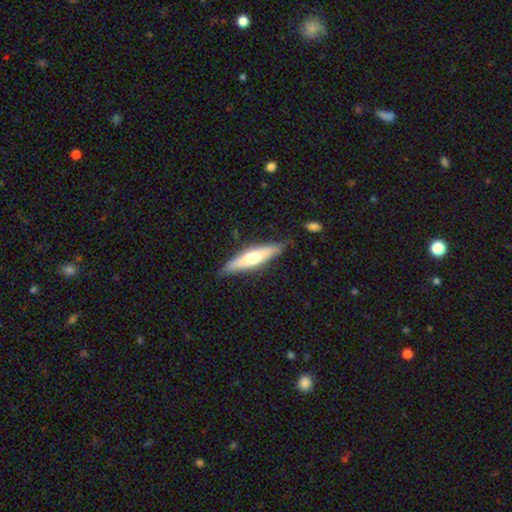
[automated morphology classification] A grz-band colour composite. It shows a smooth galaxy with no disk features (48%). Merging: none (81%).